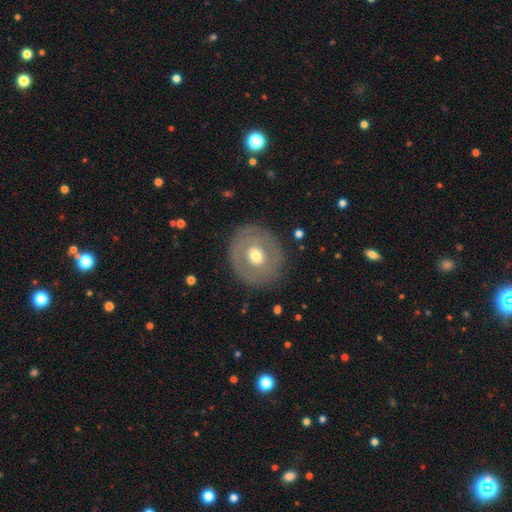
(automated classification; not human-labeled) A smooth galaxy with no disk features (47%, tied with featured or disk).

Vote fractions:
- Smooth or featured? smooth: 47% (tied) / featured or disk: 47% (tied) / star or artifact: 7%
- Merging? none: 82% / minor disturbance: 11% / major disturbance: 5% / merger: 1%